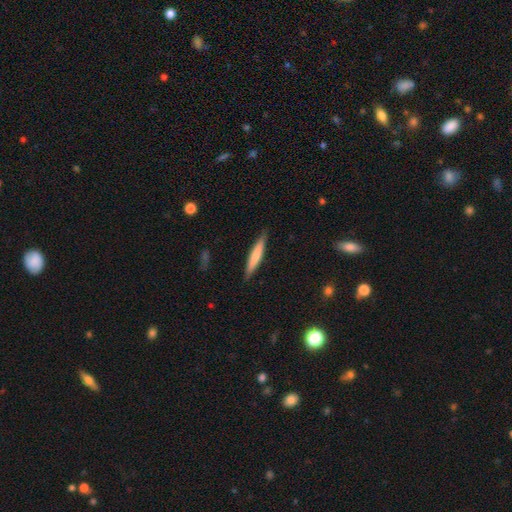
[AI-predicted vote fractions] smooth 67%, featured or disk 28%, star or artifact 5%. Down the decision tree: how rounded — cigar-shaped (92%); merging — none (88%).